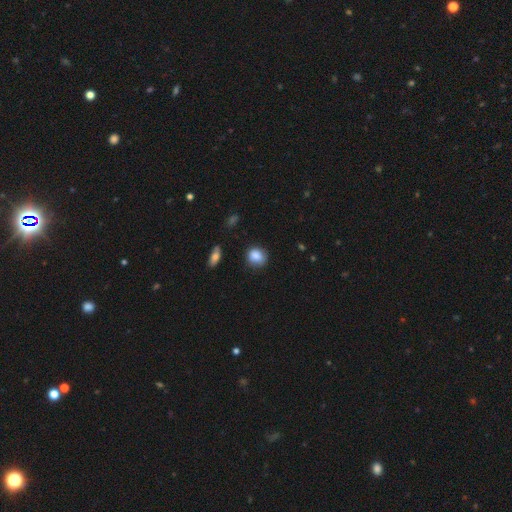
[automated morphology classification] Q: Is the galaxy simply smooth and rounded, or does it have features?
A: smooth — 85%.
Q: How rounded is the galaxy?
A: round — 74%.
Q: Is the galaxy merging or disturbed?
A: none — 74%.